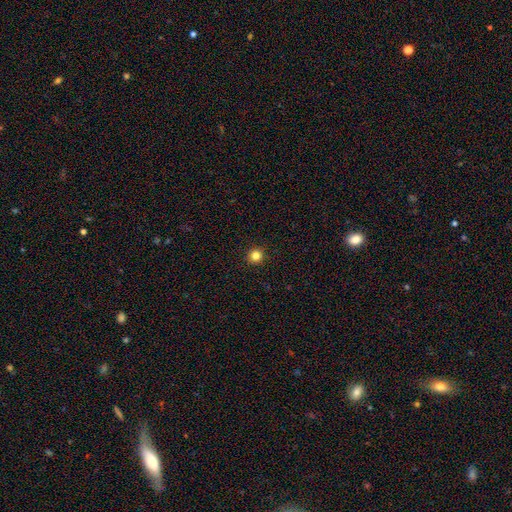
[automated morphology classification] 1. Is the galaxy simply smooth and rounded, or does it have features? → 82% smooth, 13% star or artifact, 5% featured or disk.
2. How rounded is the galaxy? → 95% round, 4% in between, 1% cigar-shaped.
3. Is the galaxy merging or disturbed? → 94% none, 4% minor disturbance, 1% major disturbance, 1% merger.